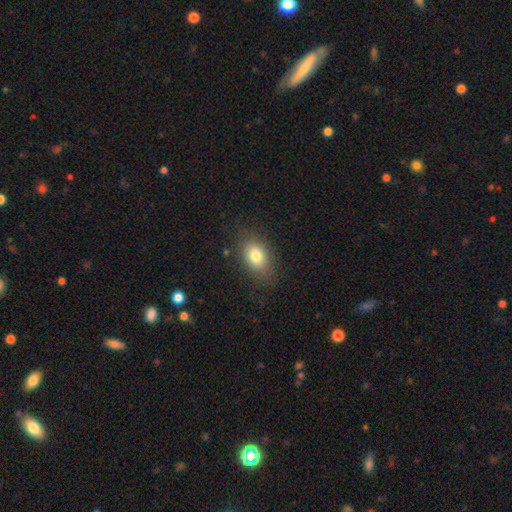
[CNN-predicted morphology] This is likely a smooth galaxy (79%). How rounded: clearly in between (80%). Merging: clearly none (80%).